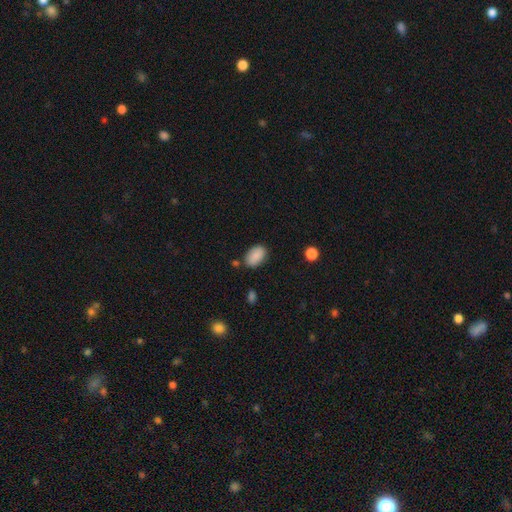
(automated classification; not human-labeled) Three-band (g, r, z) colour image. It shows a smooth galaxy with no disk features (88%) that is in between round and cigar-shaped (91%). Merging: none (80%).